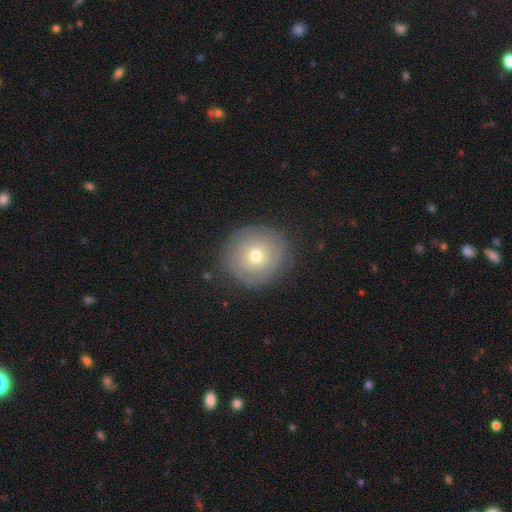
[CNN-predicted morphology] This appears to be a smooth galaxy with no disk features (47%). Merging: none (84%).